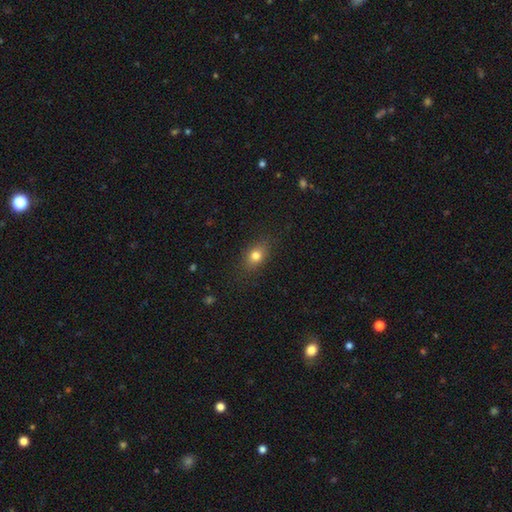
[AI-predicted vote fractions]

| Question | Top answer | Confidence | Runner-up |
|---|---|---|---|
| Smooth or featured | smooth | 79% | star or artifact (11%) |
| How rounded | in between | 68% | round (28%) |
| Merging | none | 82% | minor disturbance (13%) |